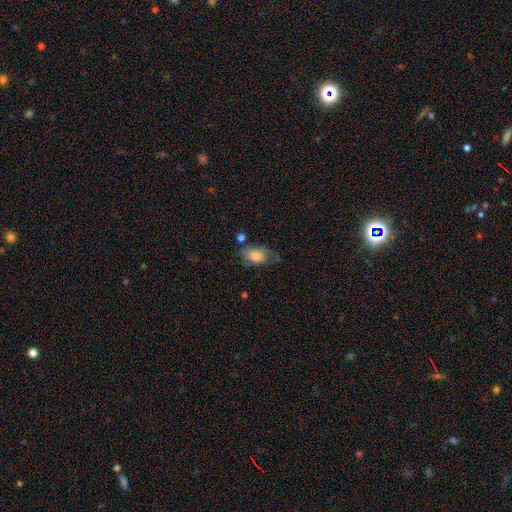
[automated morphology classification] Smooth or featured? Predicted: smooth (p=0.75). How rounded? Predicted: in between (p=0.87). Merging? Predicted: none (p=0.54).